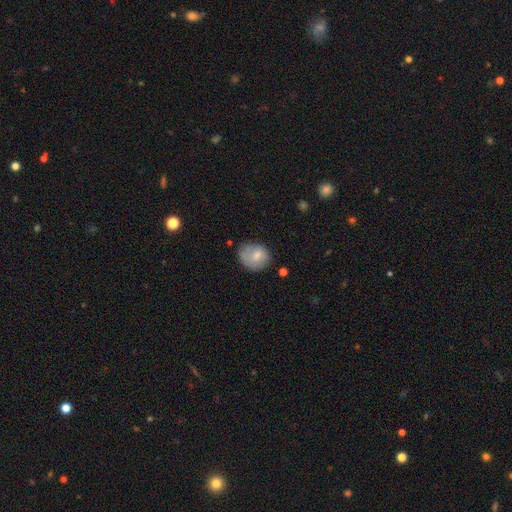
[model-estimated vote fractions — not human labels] smooth-or-featured: smooth: 72% | featured or disk: 20% | star or artifact: 8%
  how-rounded: round: 54% | in between: 45% | cigar-shaped: 1%
  merging: none: 57% | minor disturbance: 29% | major disturbance: 11% | merger: 3%